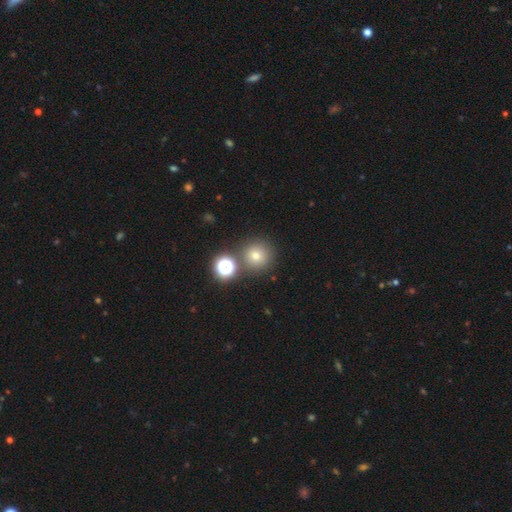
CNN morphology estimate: Overall: smooth (68%). How rounded: round (93%). Merging: none (78%).